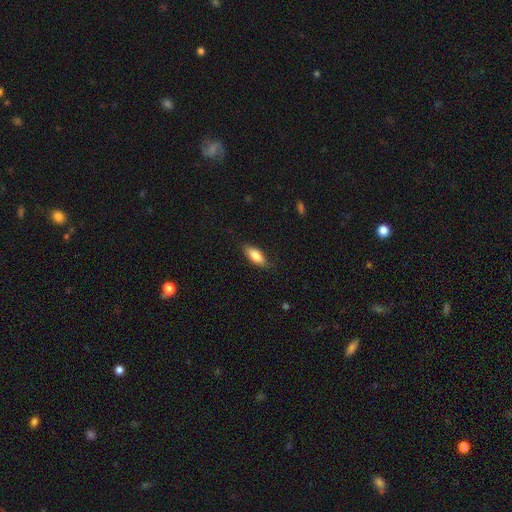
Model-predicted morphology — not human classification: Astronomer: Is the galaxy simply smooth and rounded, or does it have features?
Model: smooth — 78%.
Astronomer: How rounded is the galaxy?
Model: in between — 76%.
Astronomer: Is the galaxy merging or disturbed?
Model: none — 81%.